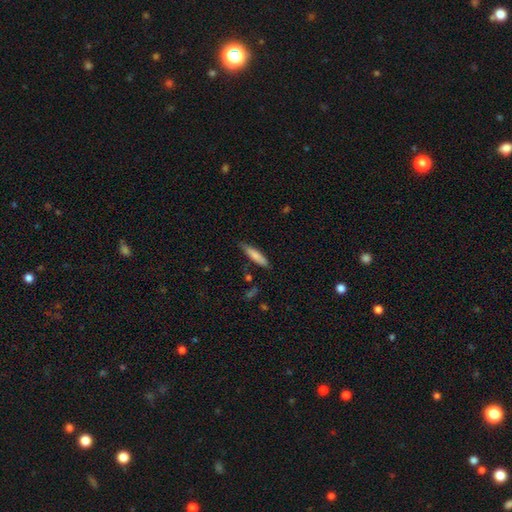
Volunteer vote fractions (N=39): Smooth or featured? 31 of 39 (79%) said smooth. How rounded? 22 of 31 (71%) said cigar-shaped. Merging? 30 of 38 (79%) said none.